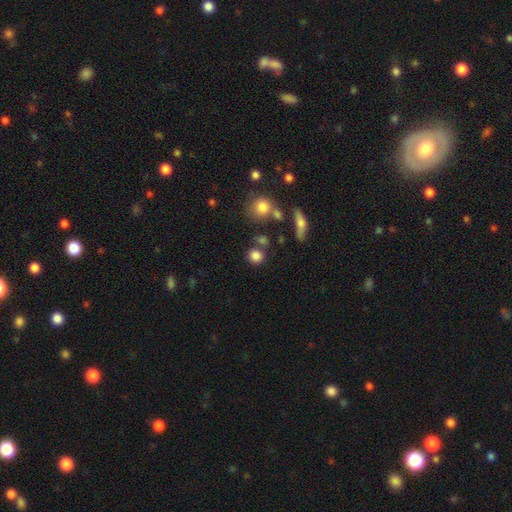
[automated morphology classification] type=smooth (81%); roundness=round (84%); merging=none (72%).